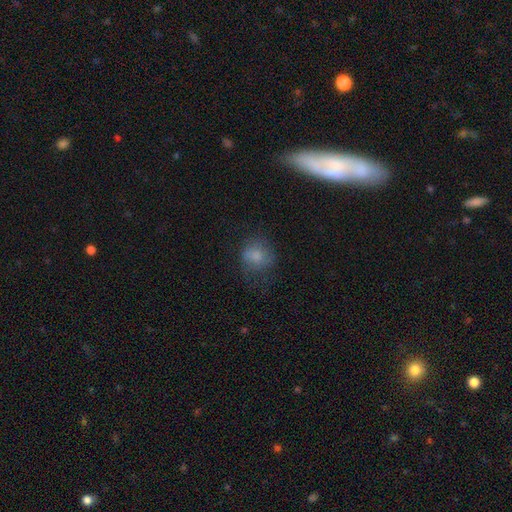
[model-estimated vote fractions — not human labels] Morphology: type=smooth (75%); roundness=round (76%); merging=none (56%).